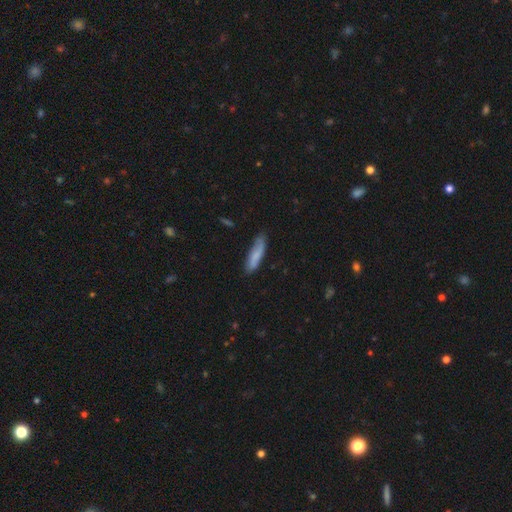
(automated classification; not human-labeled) smooth 75%, featured or disk 18%, star or artifact 6%. Down the decision tree: how rounded — cigar-shaped (72%); merging — none (73%).